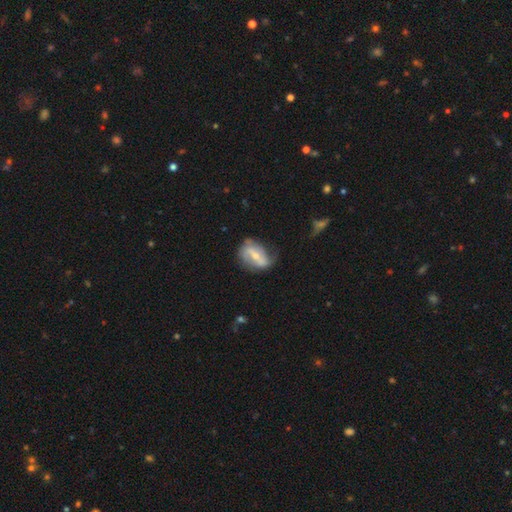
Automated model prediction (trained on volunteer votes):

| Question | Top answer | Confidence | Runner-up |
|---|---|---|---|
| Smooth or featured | featured or disk | 69% | smooth (25%) |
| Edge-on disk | no | 94% | yes (6%) |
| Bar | strong | 47% | weak (34%) |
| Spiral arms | yes | 77% | no (23%) |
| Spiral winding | loose | 49% | medium (33%) |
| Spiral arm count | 2 | 74% | can't tell (14%) |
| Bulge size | small | 49% | moderate (45%) |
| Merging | none | 51% | minor disturbance (30%) |